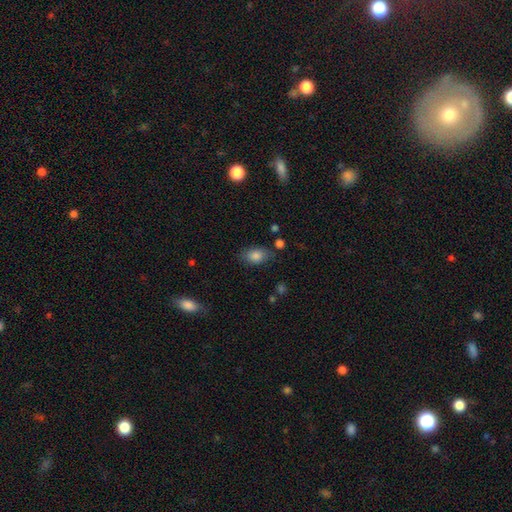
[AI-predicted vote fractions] smooth 84%, star or artifact 9%, featured or disk 7%. Down the decision tree: how rounded — in between (84%); merging — none (75%).